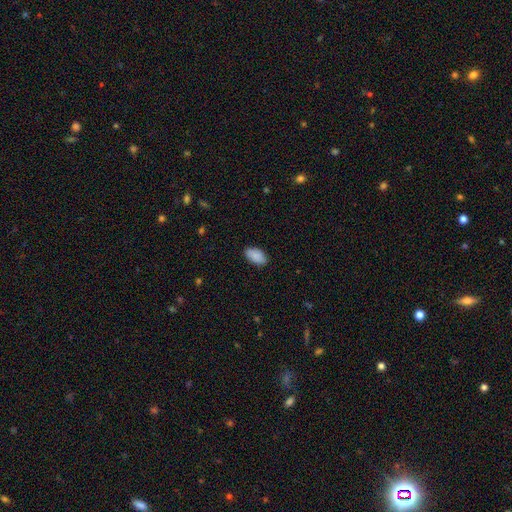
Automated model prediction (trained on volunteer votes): smooth-or-featured: smooth: 88% | star or artifact: 7% | featured or disk: 5%
  how-rounded: in between: 94% | round: 3% | cigar-shaped: 2%
  merging: none: 85% | minor disturbance: 11% | major disturbance: 2% | merger: 1%